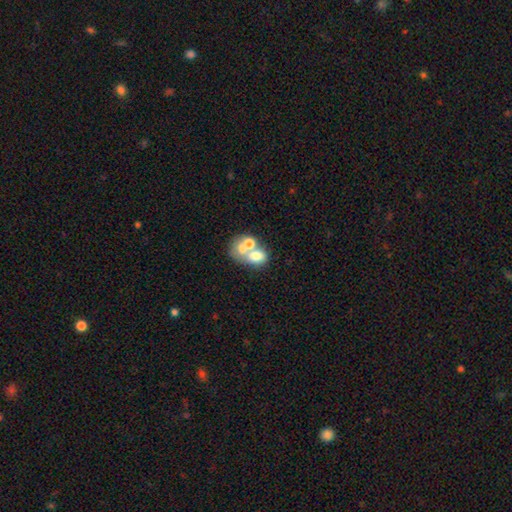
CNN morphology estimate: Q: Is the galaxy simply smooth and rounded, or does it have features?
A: smooth — 60%.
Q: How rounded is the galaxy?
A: in between — 60%.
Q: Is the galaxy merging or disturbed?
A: merger — 66%.